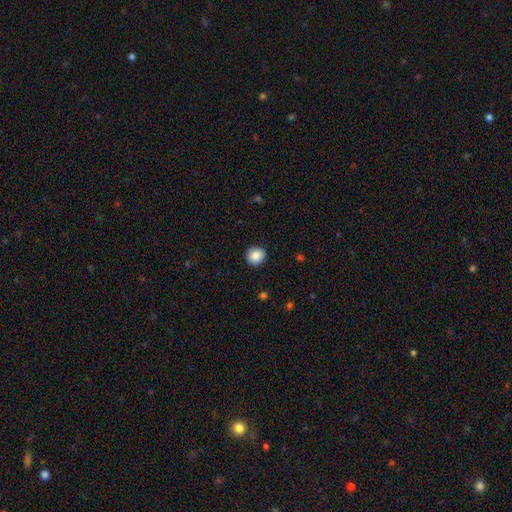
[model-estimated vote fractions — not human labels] Morphology: type=smooth (88%); roundness=round (86%); merging=none (90%).